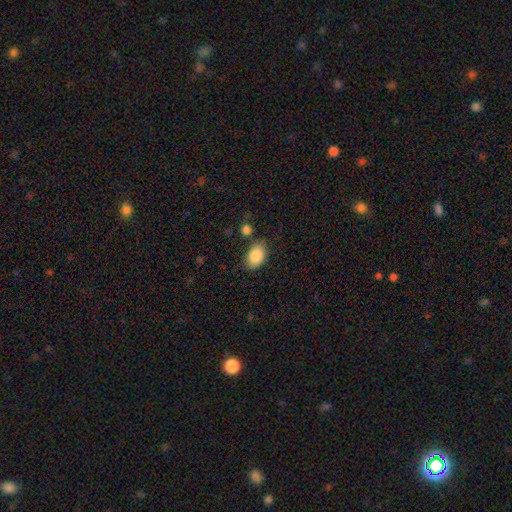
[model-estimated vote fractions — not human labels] smooth-or-featured: smooth: 88% | star or artifact: 7% | featured or disk: 5%
  how-rounded: in between: 84% | round: 15% | cigar-shaped: 1%
  merging: none: 74% | minor disturbance: 16% | merger: 5% | major disturbance: 4%